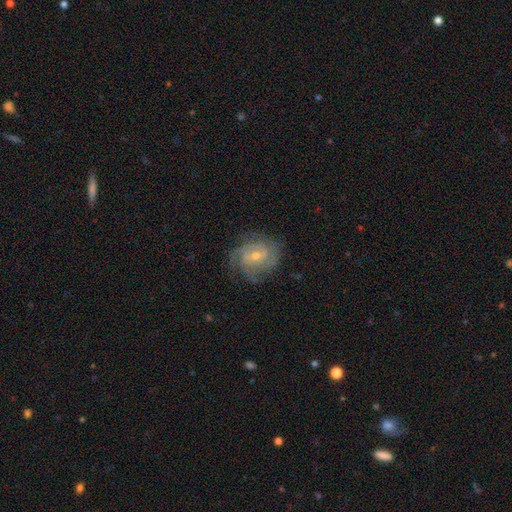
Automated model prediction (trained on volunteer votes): Smooth or featured?
  - featured or disk: 84% *
  - smooth: 8%
  - star or artifact: 8%
Edge-on disk?
  - no: 97% *
  - yes: 3%
Bar?
  - no: 47% *
  - weak: 43%
  - strong: 10%
Spiral arms?
  - yes: 96% *
  - no: 4%
Spiral winding?
  - tight: 62% *
  - medium: 31%
  - loose: 7%
Spiral arm count?
  - 3: 29% *
  - can't tell: 25%
  - 4: 18%
  - 2: 17%
  - more than 4: 6%
  - 1: 6%
Bulge size?
  - small: 55% *
  - moderate: 41%
  - none: 1%
  - large: 1%
  - dominant: 1%
Merging?
  - none: 75% *
  - minor disturbance: 17%
  - major disturbance: 7%
  - merger: 1%